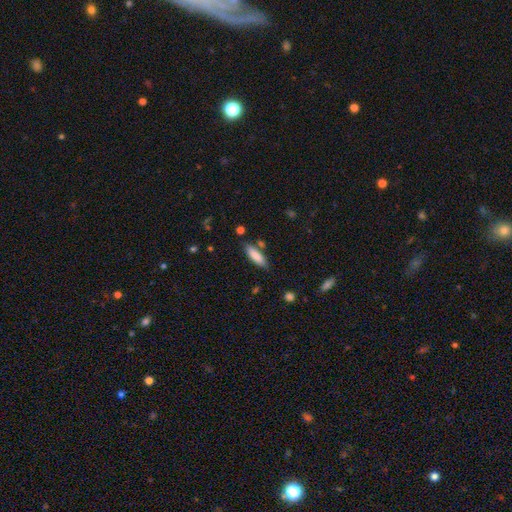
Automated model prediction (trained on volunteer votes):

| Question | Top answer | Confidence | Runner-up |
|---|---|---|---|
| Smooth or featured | smooth | 85% | featured or disk (9%) |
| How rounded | cigar-shaped | 54% | in between (44%) |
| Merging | none | 79% | minor disturbance (13%) |